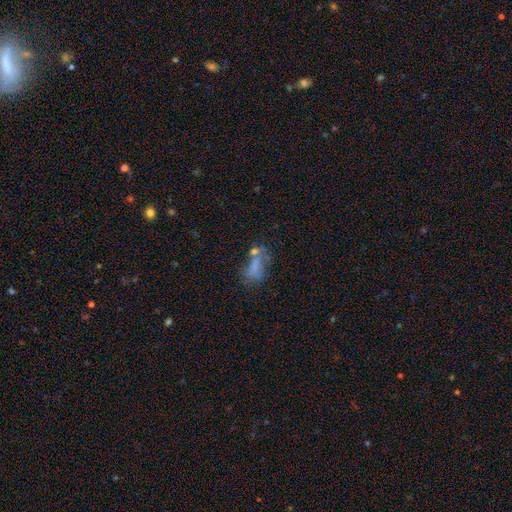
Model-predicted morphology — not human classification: The model was most divided on "merging": none: 31%, major disturbance: 26%, merger: 25%, minor disturbance: 18%. More confident: how rounded — in between (82%); smooth or featured — smooth (51%).